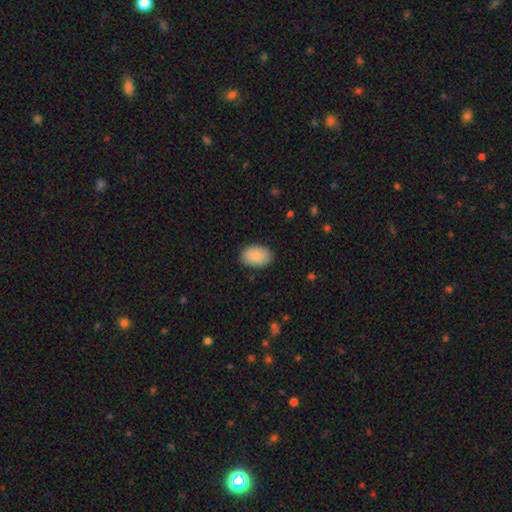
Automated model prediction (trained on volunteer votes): Smooth or featured? Predicted: smooth (p=0.87). How rounded? Predicted: in between (p=0.87). Merging? Predicted: none (p=0.84).